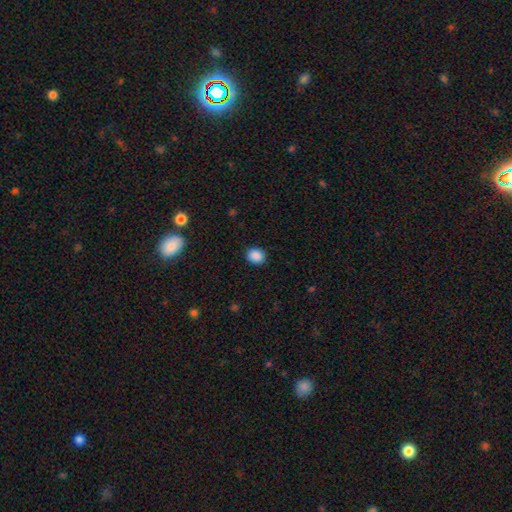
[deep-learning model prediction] A smooth galaxy with no disk features (89%) that is round (52%).

Vote fractions:
- Smooth or featured? smooth: 89% / star or artifact: 9% / featured or disk: 3%
- How rounded? round: 52% / in between: 47% / cigar-shaped: 1%
- Merging? none: 90% / minor disturbance: 7% / major disturbance: 2% / merger: 1%